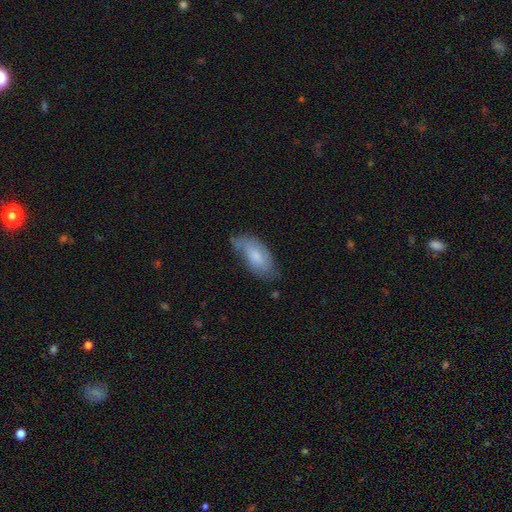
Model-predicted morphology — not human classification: smooth 67%, featured or disk 26%, star or artifact 6%. Down the decision tree: how rounded — in between (89%); merging — none (52%).